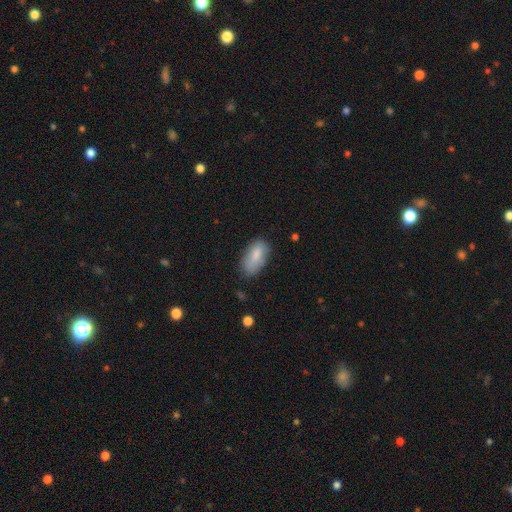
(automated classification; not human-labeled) A smooth galaxy with no disk features (81%) that is in between round and cigar-shaped (92%).

Vote fractions:
- Smooth or featured? smooth: 81% / featured or disk: 12% / star or artifact: 7%
- How rounded? in between: 92% / cigar-shaped: 5% / round: 3%
- Merging? none: 70% / minor disturbance: 23% / major disturbance: 5% / merger: 2%